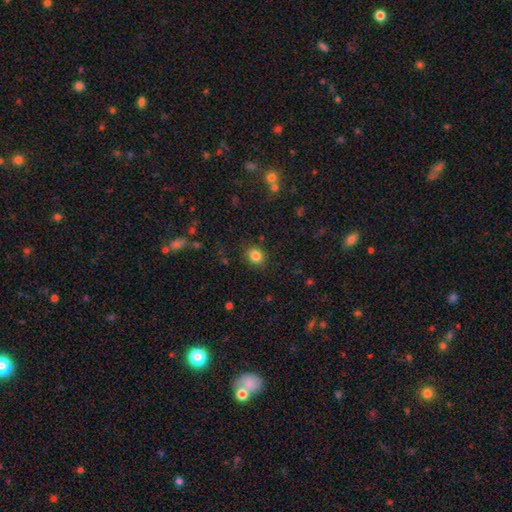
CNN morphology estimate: A smooth galaxy with no disk features (84%) that is round (72%). Merging: none (88%).